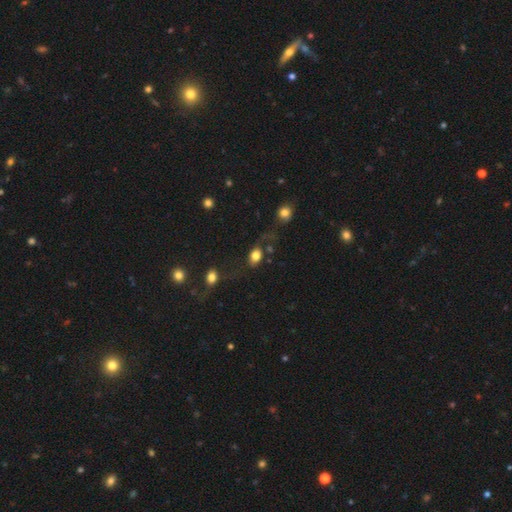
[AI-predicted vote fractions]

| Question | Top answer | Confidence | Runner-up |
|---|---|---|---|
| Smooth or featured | smooth | 79% | featured or disk (13%) |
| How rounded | in between | 71% | round (27%) |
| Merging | none | 50% | major disturbance (20%) |